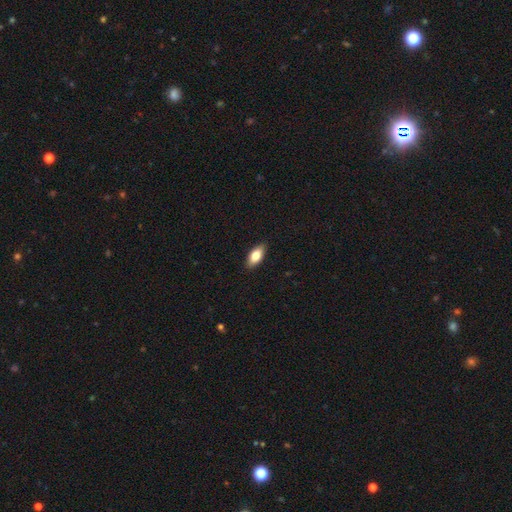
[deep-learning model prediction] A smooth galaxy with no disk features (79%) that is in between round and cigar-shaped (87%). Merging: none (89%).